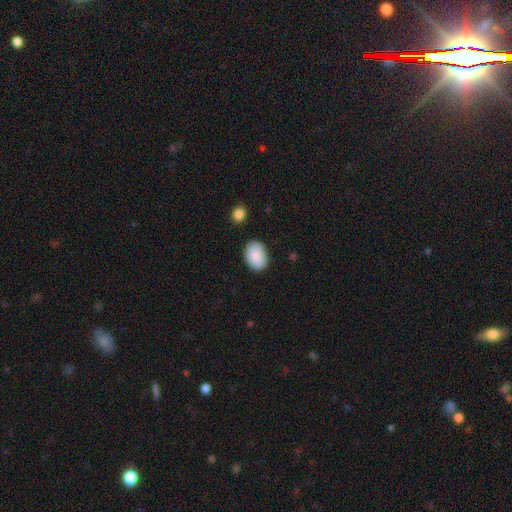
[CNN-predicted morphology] smooth-or-featured: smooth: 90% | star or artifact: 6% | featured or disk: 4%
  how-rounded: in between: 80% | round: 19% | cigar-shaped: 1%
  merging: none: 84% | minor disturbance: 12% | major disturbance: 3% | merger: 2%